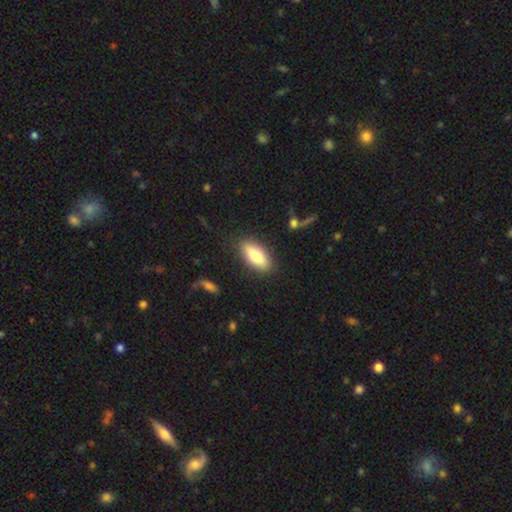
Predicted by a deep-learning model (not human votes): Smooth or featured?
  - smooth: 80% *
  - featured or disk: 13%
  - star or artifact: 6%
How rounded?
  - in between: 80% *
  - cigar-shaped: 18%
  - round: 2%
Merging?
  - none: 84% *
  - minor disturbance: 11%
  - major disturbance: 3%
  - merger: 2%